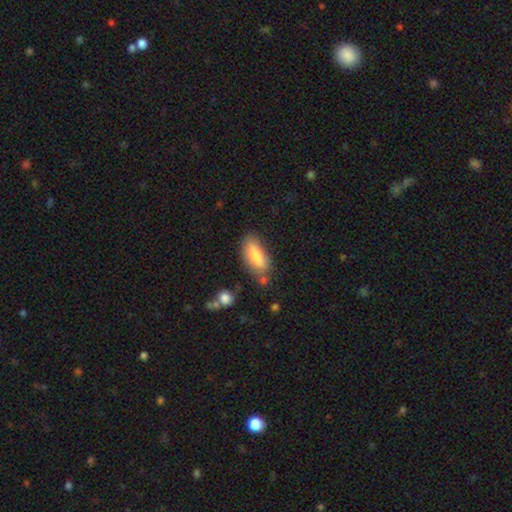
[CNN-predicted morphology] A smooth galaxy with no disk features (82%) that is in between round and cigar-shaped (73%). Merging: none (70%).